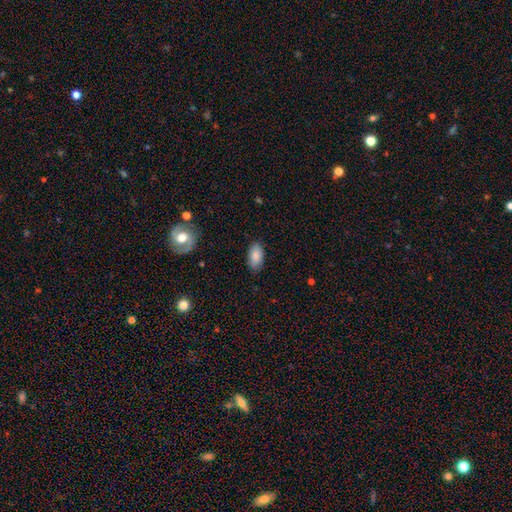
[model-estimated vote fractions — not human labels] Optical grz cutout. It shows a smooth galaxy with no disk features (86%) that is in between round and cigar-shaped (94%). Merging: none (84%).